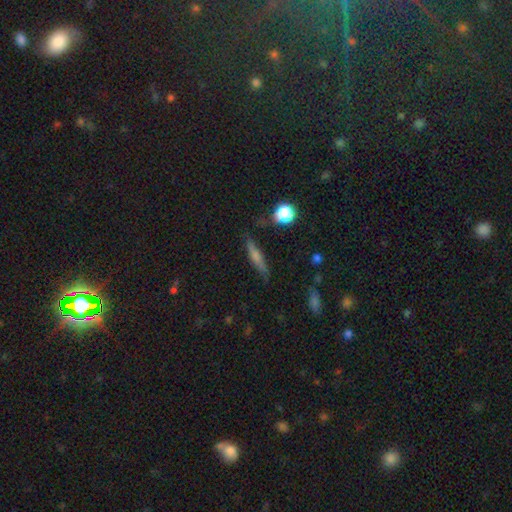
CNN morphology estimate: This is possibly a smooth galaxy (51%). How rounded: clearly cigar-shaped (84%). Merging: clearly none (81%).